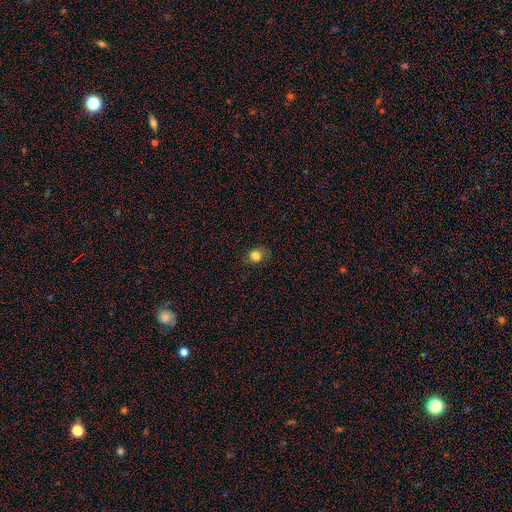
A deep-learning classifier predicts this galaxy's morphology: type=smooth (81%); roundness=round (75%); merging=none (78%).